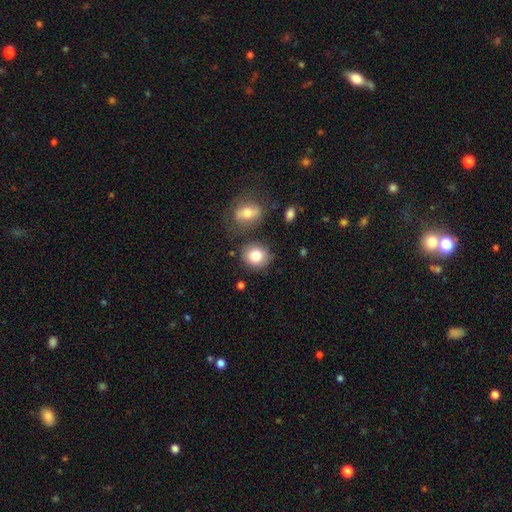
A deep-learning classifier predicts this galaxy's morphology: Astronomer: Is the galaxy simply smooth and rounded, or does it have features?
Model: smooth — 82%.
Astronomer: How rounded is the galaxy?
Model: round — 76%.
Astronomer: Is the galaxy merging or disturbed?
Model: none — 76%.